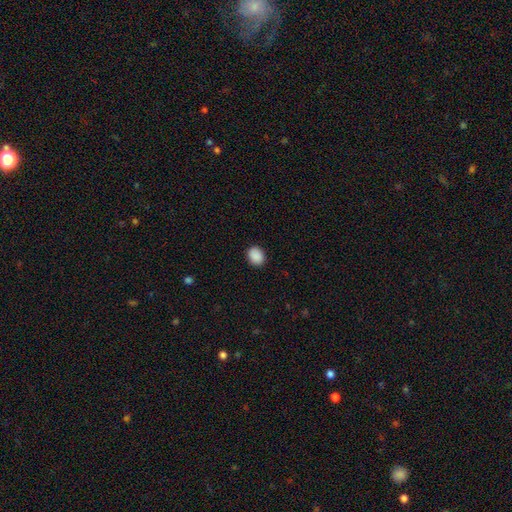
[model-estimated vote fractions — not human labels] Smooth or featured?
  - smooth: 90% *
  - star or artifact: 8%
  - featured or disk: 3%
How rounded?
  - round: 54% *
  - in between: 45%
  - cigar-shaped: 1%
Merging?
  - none: 89% *
  - minor disturbance: 8%
  - major disturbance: 2%
  - merger: 1%